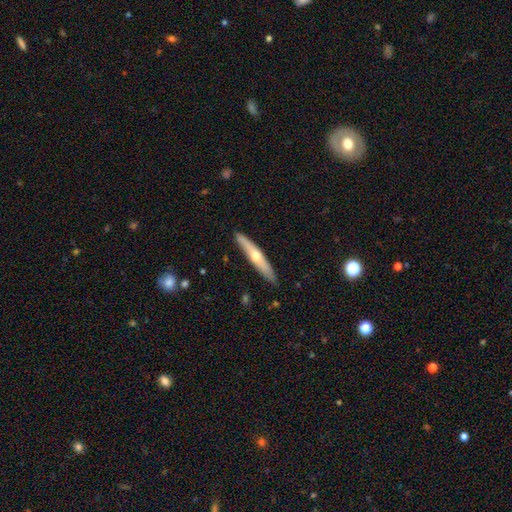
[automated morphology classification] Smooth or featured: featured or disk — 53% (smooth — 41%)
Edge-on disk: yes — 91% (no — 9%)
Merging: none — 88% (minor disturbance — 9%)